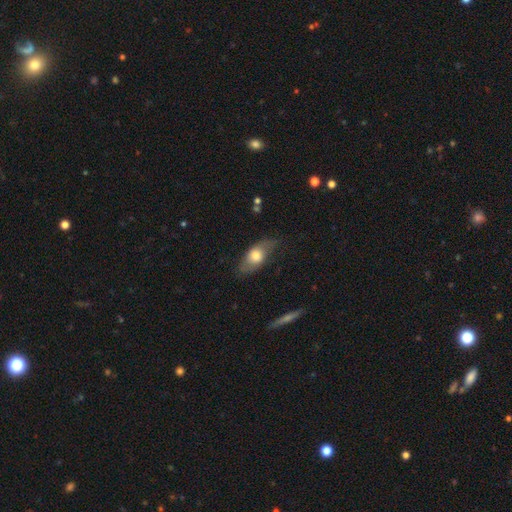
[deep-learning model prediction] Smooth or featured: smooth — 63% (featured or disk — 30%)
How rounded: in between — 83% (round — 9%)
Merging: none — 62% (minor disturbance — 26%)